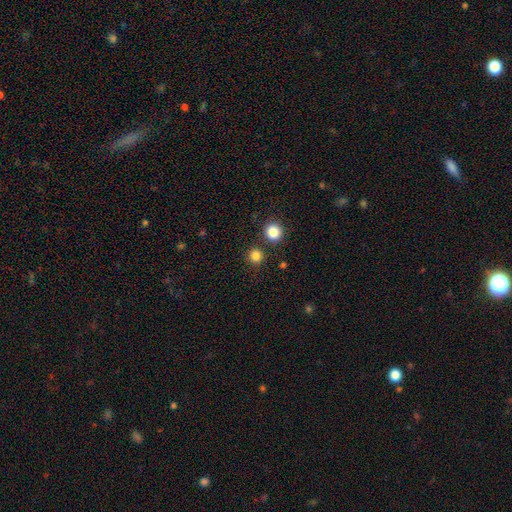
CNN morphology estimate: Smooth or featured?
  - smooth: 83% *
  - star or artifact: 13%
  - featured or disk: 4%
How rounded?
  - round: 93% *
  - in between: 6%
  - cigar-shaped: 1%
Merging?
  - none: 84% *
  - merger: 8%
  - minor disturbance: 6%
  - major disturbance: 3%